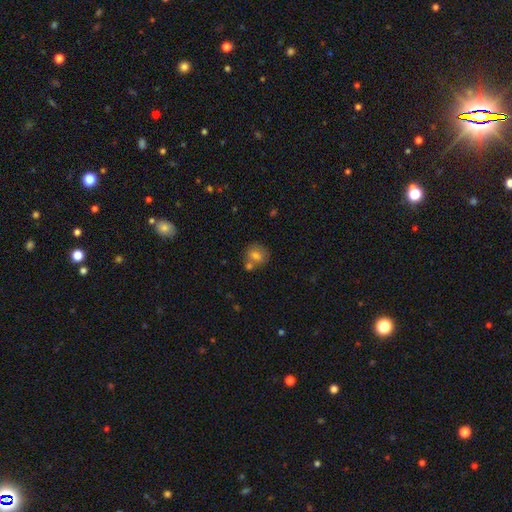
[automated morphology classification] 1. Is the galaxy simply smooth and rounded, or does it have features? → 75% smooth, 15% featured or disk, 10% star or artifact.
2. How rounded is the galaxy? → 82% round, 17% in between, 1% cigar-shaped.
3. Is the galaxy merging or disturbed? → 60% none, 26% merger, 11% minor disturbance, 3% major disturbance.